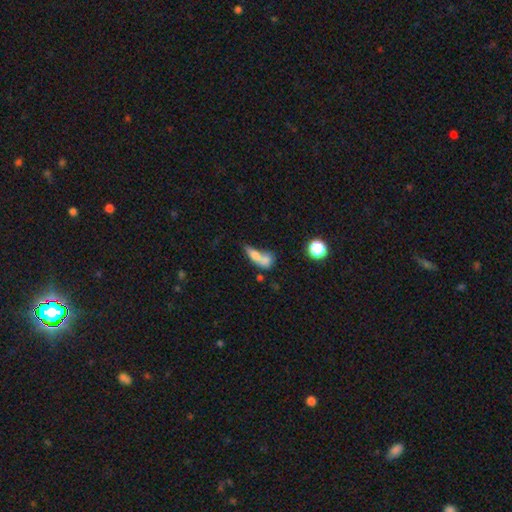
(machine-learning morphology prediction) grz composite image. It shows a smooth galaxy with no disk features (68%) that is in between round and cigar-shaped (60%). Merging: merger (60%).